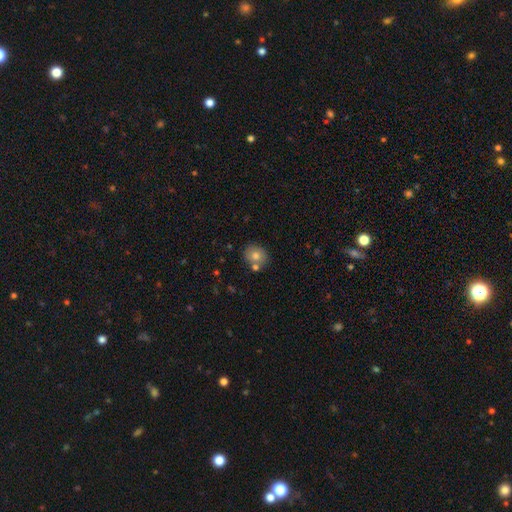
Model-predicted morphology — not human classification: A smooth galaxy with no disk features (75%) that is round (73%). Merging: none (70%).